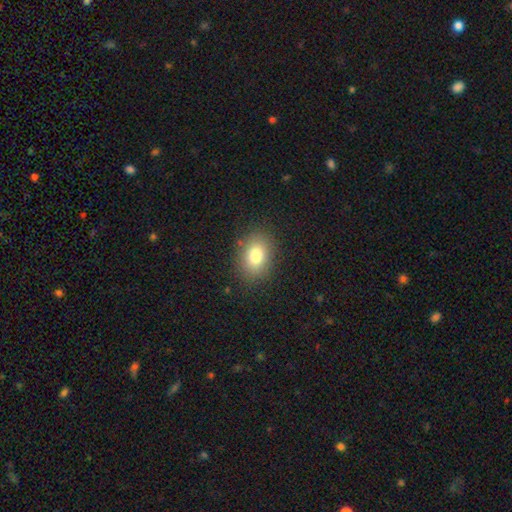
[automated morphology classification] This is likely a smooth galaxy (79%). How rounded: likely in between (72%). Merging: clearly none (86%).